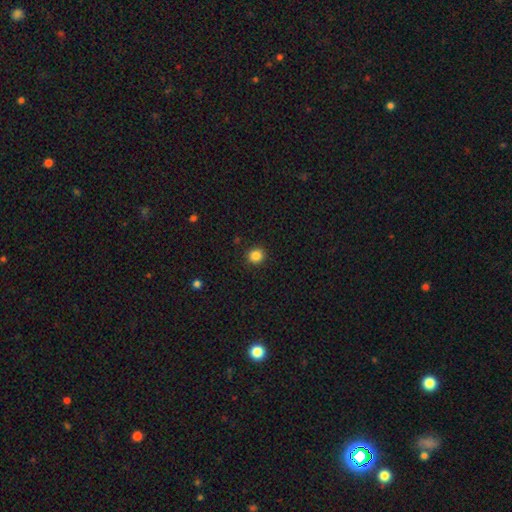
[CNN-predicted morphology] Smooth or featured: smooth — 85% (star or artifact — 11%)
How rounded: round — 91% (in between — 8%)
Merging: none — 92% (minor disturbance — 5%)